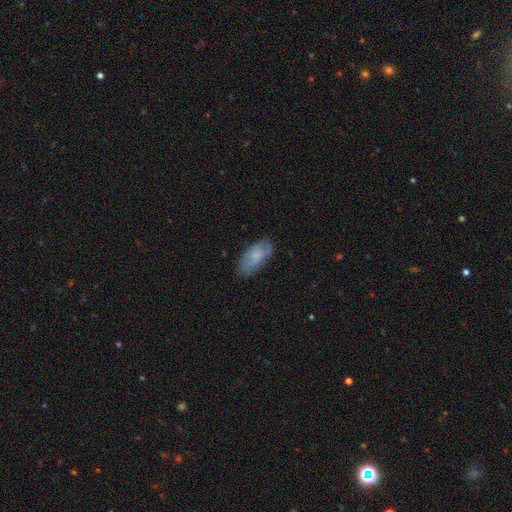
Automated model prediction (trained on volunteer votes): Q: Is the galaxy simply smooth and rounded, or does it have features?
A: smooth — 73%.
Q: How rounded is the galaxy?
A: in between — 91%.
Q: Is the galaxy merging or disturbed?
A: none — 71%.